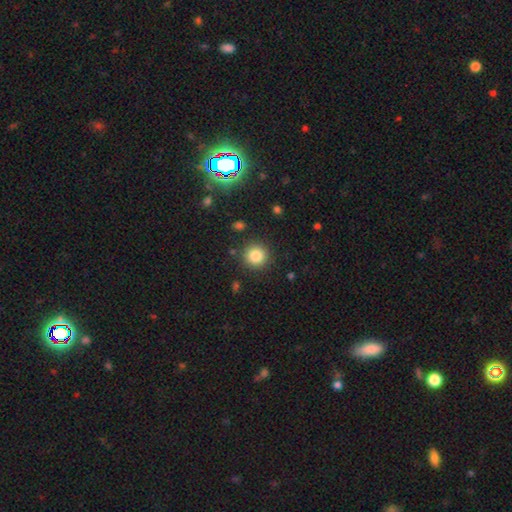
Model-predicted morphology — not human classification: Smooth or featured: smooth — 83% (star or artifact — 11%)
How rounded: round — 93% (in between — 6%)
Merging: none — 89% (minor disturbance — 7%)